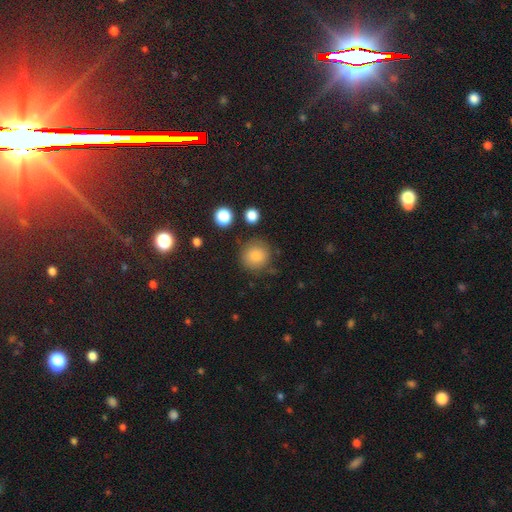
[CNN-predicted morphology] This appears to be a smooth galaxy with no disk features (84%) that is round (91%). Merging: none (81%).